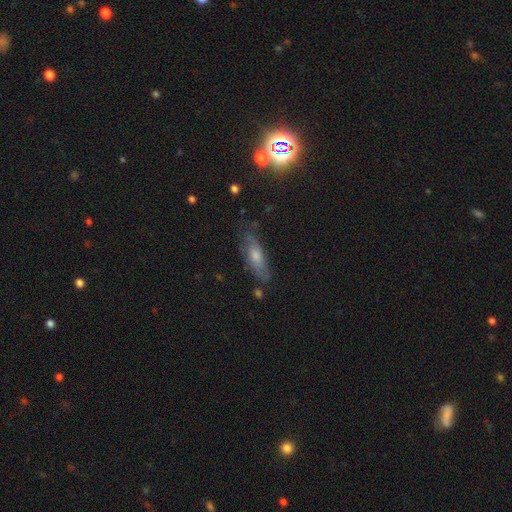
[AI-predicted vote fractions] Smooth or featured: smooth — 43% (featured or disk — 41%)
Merging: none — 70% (minor disturbance — 21%)